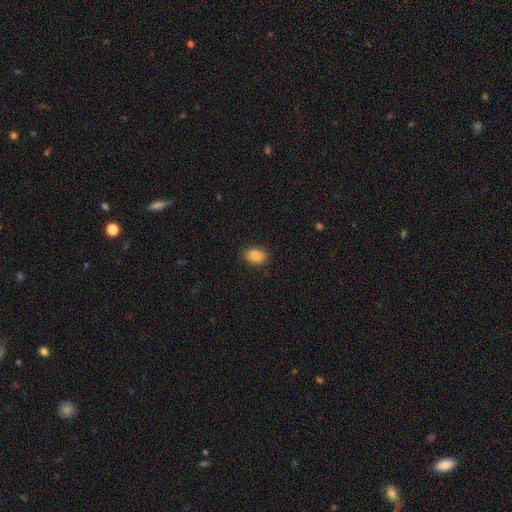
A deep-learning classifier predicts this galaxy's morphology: Q: Smooth or featured?
A: smooth (89%); runner-up: star or artifact (8%)
Q: How rounded?
A: in between (84%); runner-up: round (14%)
Q: Merging?
A: none (86%); runner-up: minor disturbance (11%)